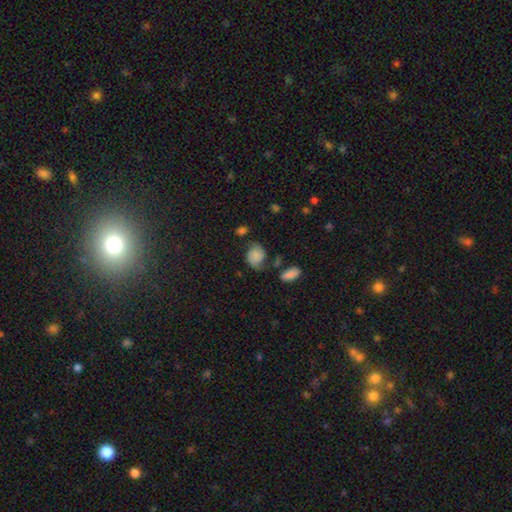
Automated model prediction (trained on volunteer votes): A smooth galaxy with no disk features (52%) that is in between round and cigar-shaped (56%).

Vote fractions:
- Smooth or featured? smooth: 52% / featured or disk: 37% / star or artifact: 11%
- How rounded? in between: 56% / round: 42% / cigar-shaped: 1%
- Merging? none: 53% / minor disturbance: 28% / major disturbance: 13% / merger: 7%